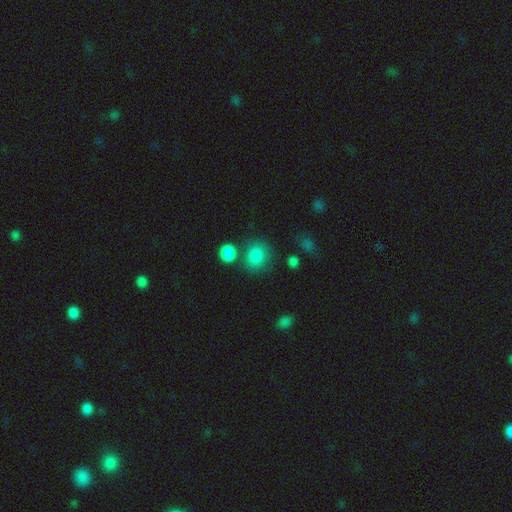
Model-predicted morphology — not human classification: Smooth or featured? smooth (85%)
How rounded? round (70%)
Merging? none (69%)